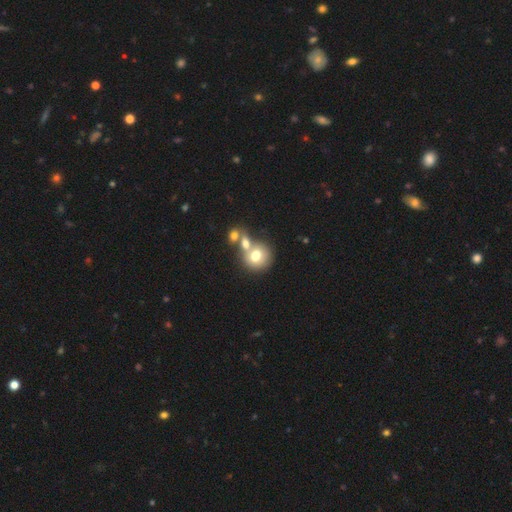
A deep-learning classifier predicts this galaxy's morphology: This appears to be a smooth galaxy with no disk features (68%) that is round (79%). Merging: merger (49%).